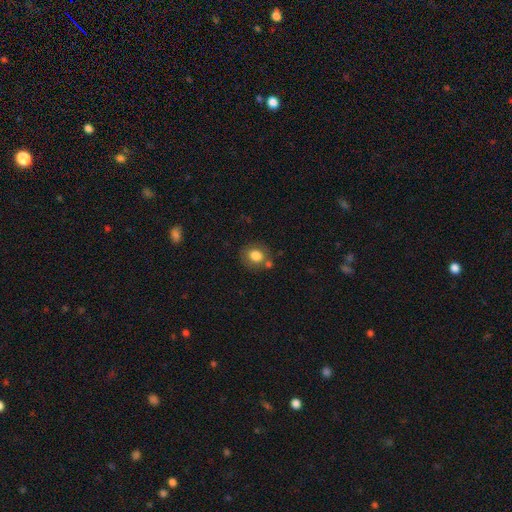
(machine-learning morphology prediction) smooth_or_featured: smooth (p=0.81) [alt: featured or disk p=0.10]
how_rounded: round (p=0.68) [alt: in between p=0.31]
merging: none (p=0.68) [alt: minor disturbance p=0.14]